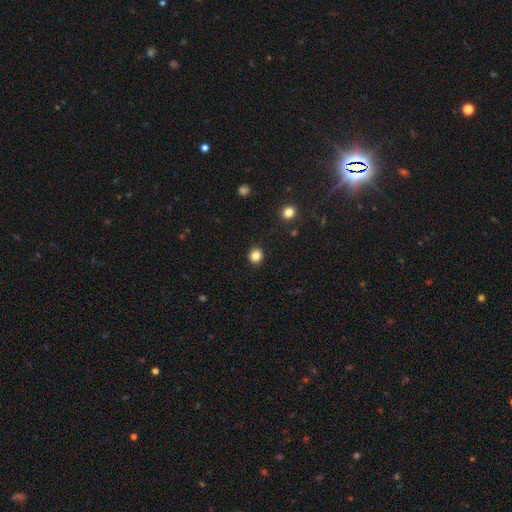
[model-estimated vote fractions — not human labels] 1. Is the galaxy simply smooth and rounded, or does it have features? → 84% smooth, 12% star or artifact, 4% featured or disk.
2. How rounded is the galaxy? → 87% round, 12% in between, 1% cigar-shaped.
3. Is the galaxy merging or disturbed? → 91% none, 6% minor disturbance, 2% major disturbance, 1% merger.